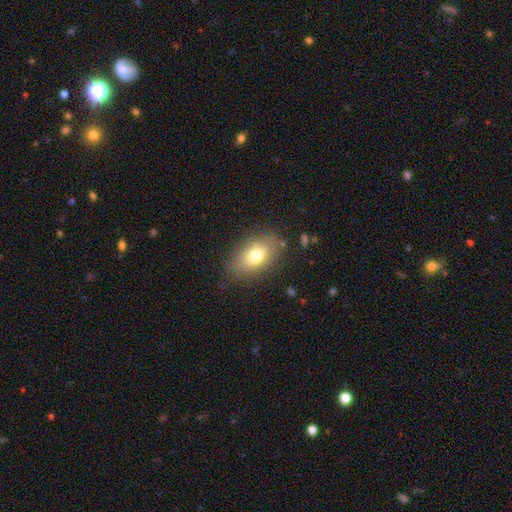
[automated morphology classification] The model was most divided on "smooth or featured": smooth: 73%, featured or disk: 18%, star or artifact: 9%. More confident: how rounded — in between (88%); merging — none (78%).